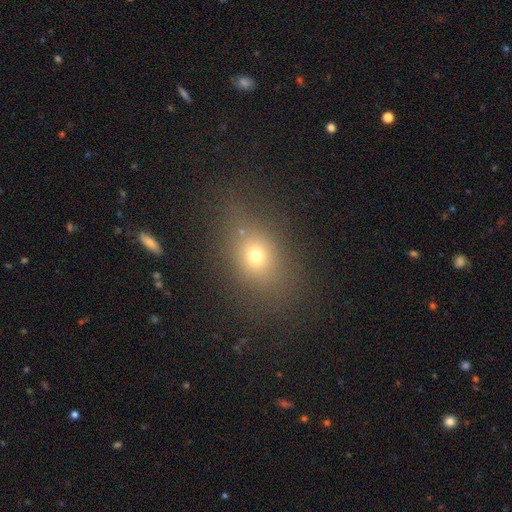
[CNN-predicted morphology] smooth_or_featured: smooth (p=0.66) [alt: star or artifact p=0.20]
how_rounded: in between (p=0.55) [alt: round p=0.43]
merging: none (p=0.75) [alt: minor disturbance p=0.14]